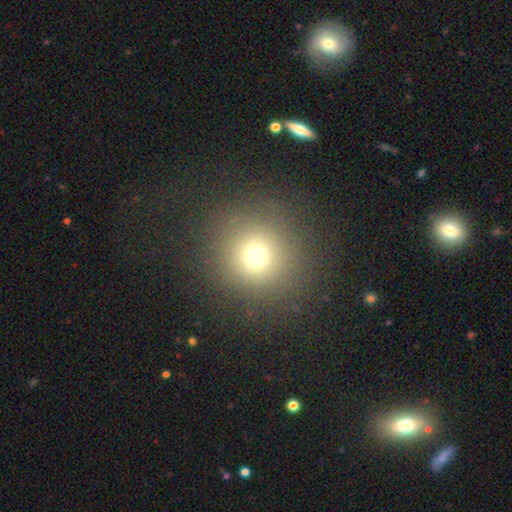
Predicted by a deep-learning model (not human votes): A smooth galaxy with no disk features (69%) that is round (92%).

Vote fractions:
- Smooth or featured? smooth: 69% / star or artifact: 21% / featured or disk: 10%
- How rounded? round: 92% / in between: 7% / cigar-shaped: 1%
- Merging? none: 84% / minor disturbance: 8% / major disturbance: 6% / merger: 2%